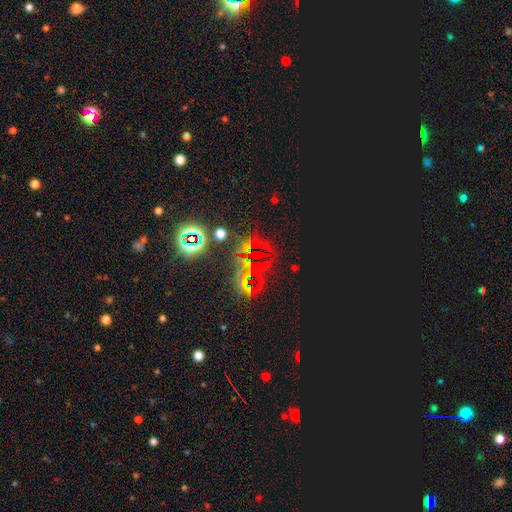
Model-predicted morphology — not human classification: A star or artifact, not a galaxy (81%).

Vote fractions:
- Smooth or featured? star or artifact: 81% / smooth: 12% / featured or disk: 7%